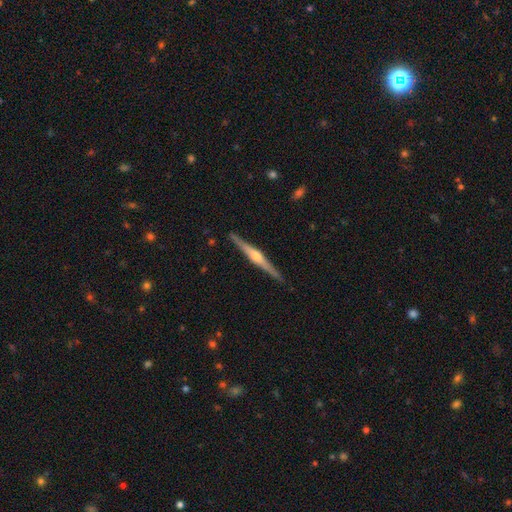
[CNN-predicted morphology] type=featured or disk (80%); edge-on=yes (98%); edge-on bulge=rounded (84%); merging=none (91%).